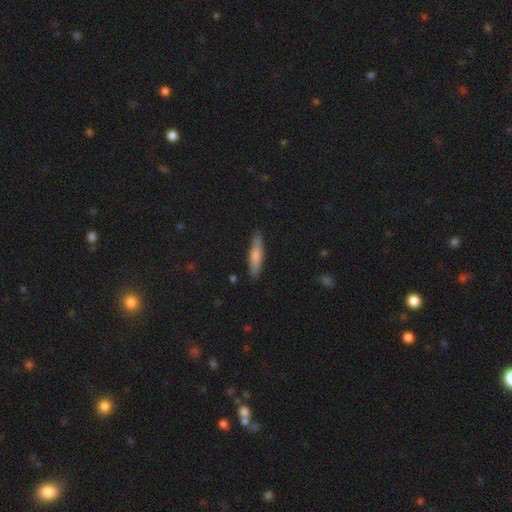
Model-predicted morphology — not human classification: A smooth galaxy with no disk features (74%) that is cigar-shaped (78%). Merging: none (86%).